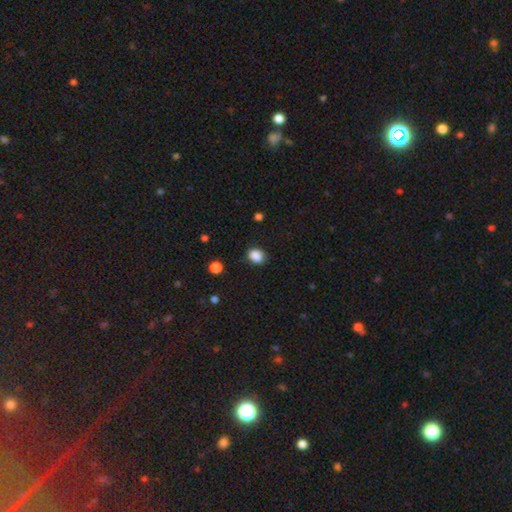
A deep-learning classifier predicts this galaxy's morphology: smooth_or_featured: smooth (p=0.86) [alt: star or artifact p=0.10]
how_rounded: in between (p=0.56) [alt: round p=0.43]
merging: none (p=0.74) [alt: minor disturbance p=0.19]